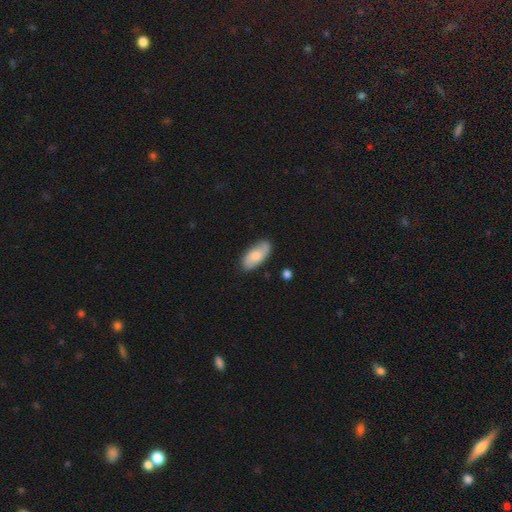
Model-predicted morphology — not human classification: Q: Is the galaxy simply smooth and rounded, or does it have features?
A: smooth — 57%.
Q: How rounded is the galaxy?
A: in between — 90%.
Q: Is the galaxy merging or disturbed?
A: none — 82%.